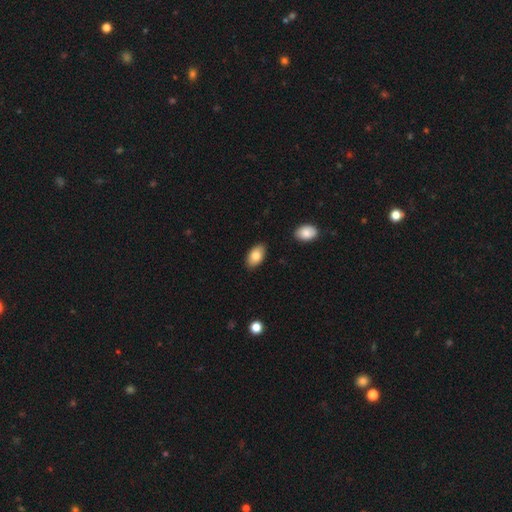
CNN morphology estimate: smooth_or_featured: smooth (p=0.83) [alt: featured or disk p=0.10]
how_rounded: in between (p=0.94) [alt: round p=0.04]
merging: none (p=0.87) [alt: minor disturbance p=0.10]